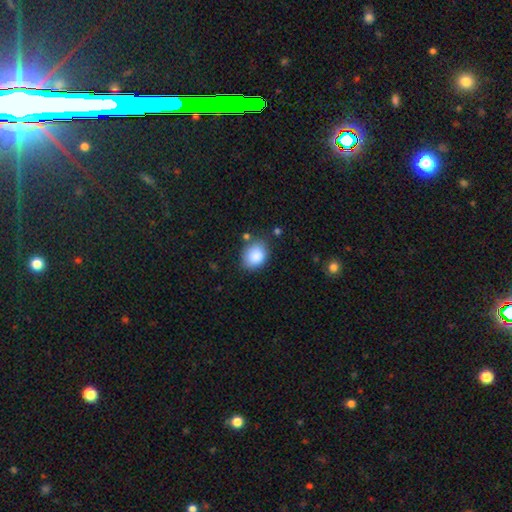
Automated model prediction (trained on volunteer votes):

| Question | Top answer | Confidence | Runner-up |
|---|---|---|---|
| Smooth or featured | smooth | 87% | star or artifact (8%) |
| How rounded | in between | 57% | round (42%) |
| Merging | none | 76% | minor disturbance (16%) |